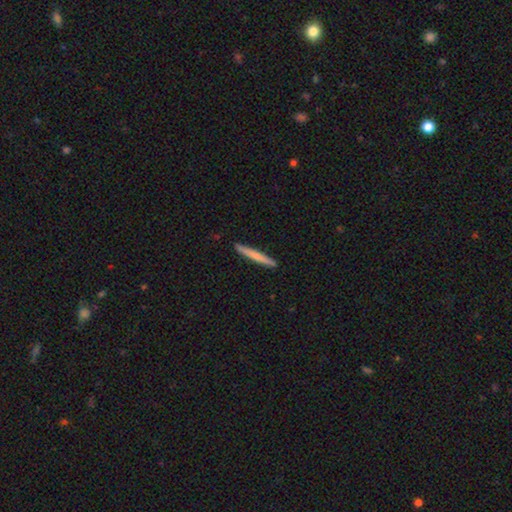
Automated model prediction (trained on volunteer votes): The model was most divided on "smooth or featured": smooth: 66%, featured or disk: 29%, star or artifact: 5%. More confident: how rounded — cigar-shaped (97%); merging — none (92%).